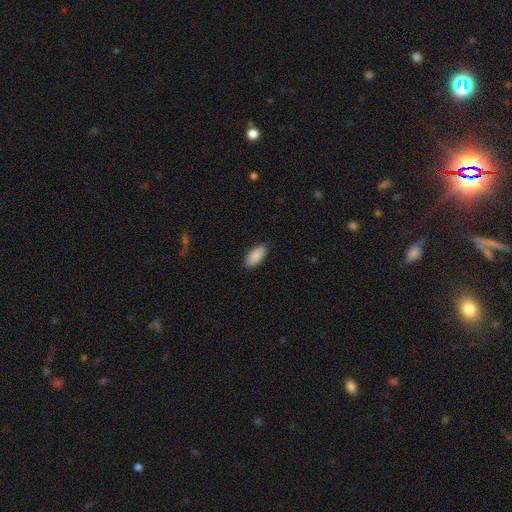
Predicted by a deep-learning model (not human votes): Overall: smooth (90%). How rounded: in between (91%). Merging: none (87%).